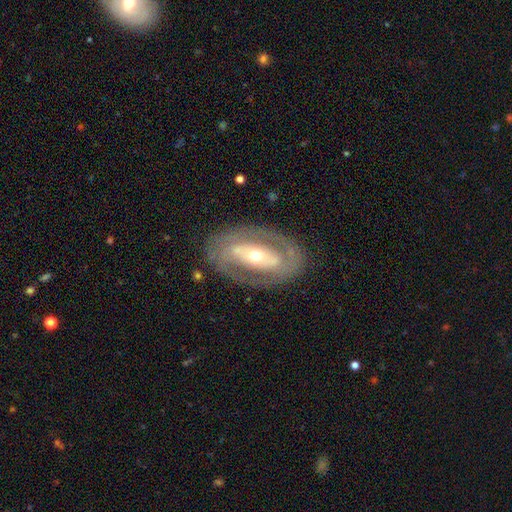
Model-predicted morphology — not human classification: Smooth or featured: featured or disk — 76% (smooth — 18%)
Edge-on disk: no — 91% (yes — 9%)
Bar: no — 43% (strong — 34%)
Spiral arms: no — 51% (yes — 49%)
Bulge size: moderate — 54% (small — 38%)
Merging: none — 79% (minor disturbance — 12%)